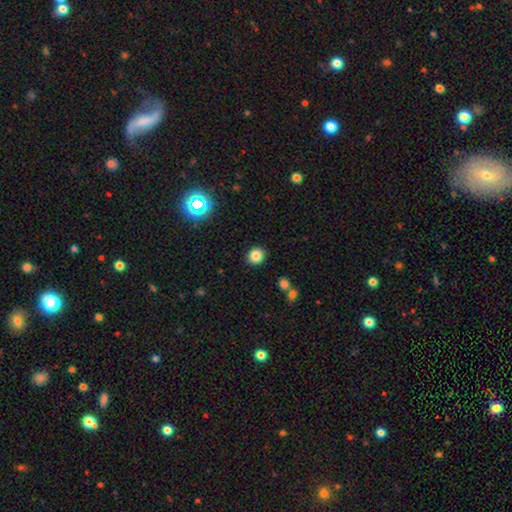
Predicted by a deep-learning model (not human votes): Smooth or featured: smooth — 82% (star or artifact — 12%)
How rounded: round — 83% (in between — 16%)
Merging: none — 90% (minor disturbance — 6%)